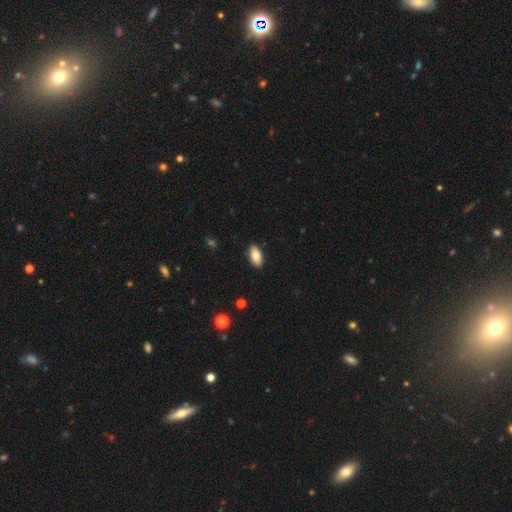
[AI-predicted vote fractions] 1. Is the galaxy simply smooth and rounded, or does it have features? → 85% smooth, 9% featured or disk, 7% star or artifact.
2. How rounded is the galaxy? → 93% in between, 4% cigar-shaped, 3% round.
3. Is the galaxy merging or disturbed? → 89% none, 8% minor disturbance, 2% major disturbance, 1% merger.